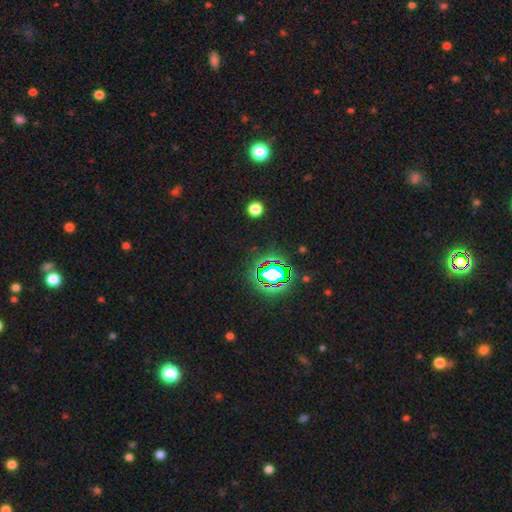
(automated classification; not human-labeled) smooth-or-featured: star or artifact: 80% | smooth: 13% | featured or disk: 7%